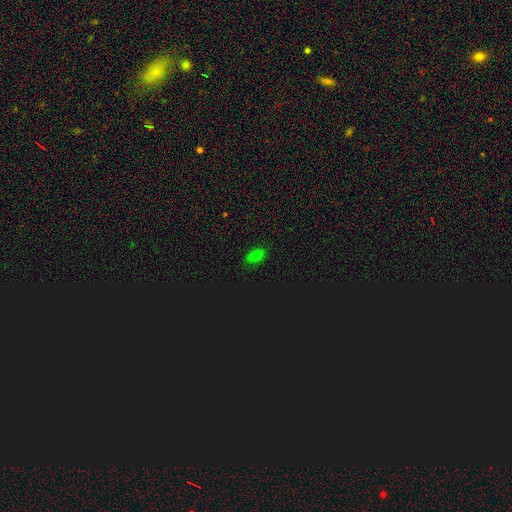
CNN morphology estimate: This appears to be a smooth galaxy with no disk features (68%) that is in between round and cigar-shaped (87%). Merging: none (84%).